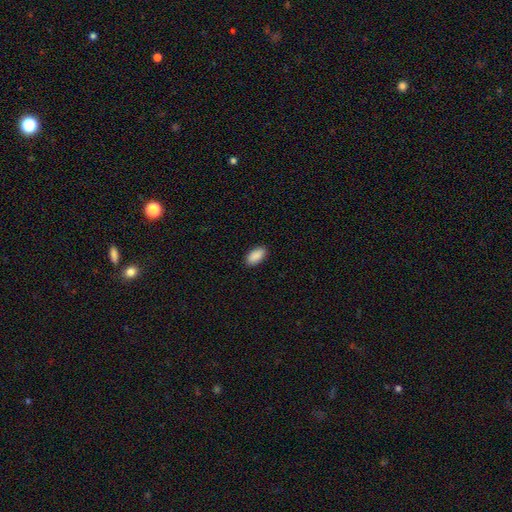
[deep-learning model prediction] This is clearly a smooth galaxy (91%). How rounded: clearly in between (94%). Merging: clearly none (90%).